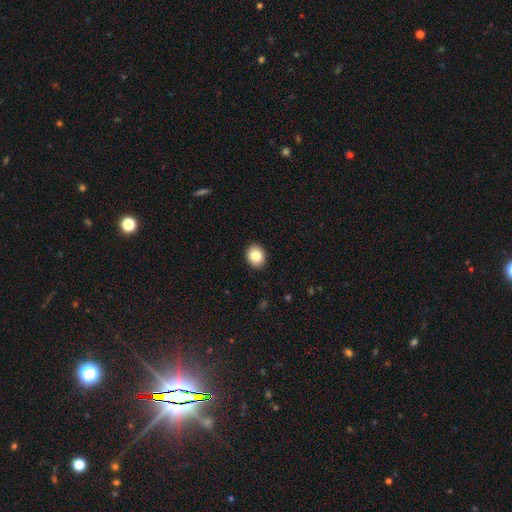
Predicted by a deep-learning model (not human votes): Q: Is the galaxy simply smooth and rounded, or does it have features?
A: smooth — 83%.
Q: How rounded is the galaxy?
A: round — 54%.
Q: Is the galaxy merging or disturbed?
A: none — 91%.